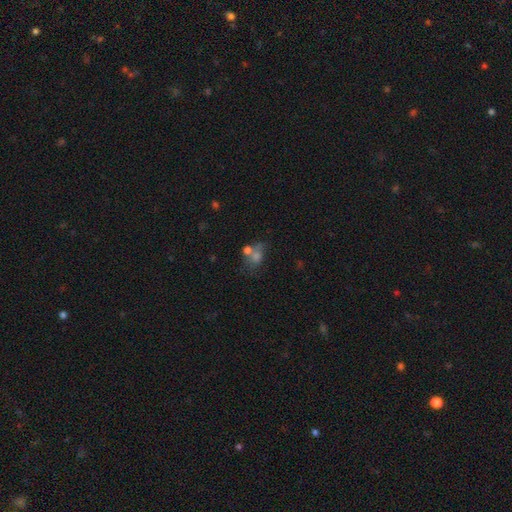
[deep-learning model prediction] Smooth or featured?
  - smooth: 52% *
  - star or artifact: 24%
  - featured or disk: 23%
How rounded?
  - in between: 51% *
  - round: 47%
  - cigar-shaped: 2%
Merging?
  - none: 38% *
  - merger: 37%
  - minor disturbance: 14%
  - major disturbance: 10%